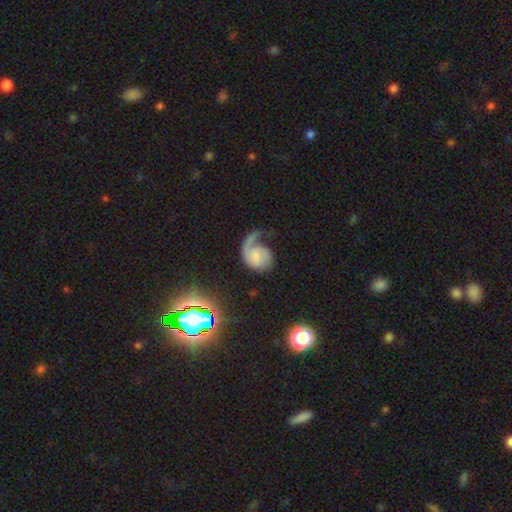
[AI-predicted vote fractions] The model was most divided on "bulge size": none: 39%, small: 34%, moderate: 17%, large: 7%, dominant: 4%. Remaining: edge-on disk — no (98%); spiral arms — yes (90%); spiral arm count — 1 (79%); bar — no (67%); smooth or featured — featured or disk (66%); spiral winding — loose (46%); merging — major disturbance (44%).